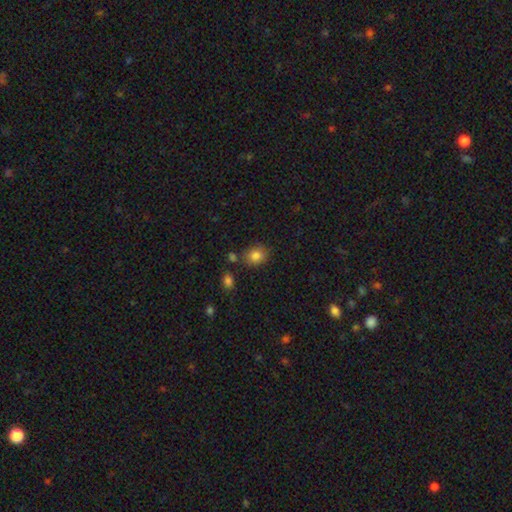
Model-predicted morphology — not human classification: smooth-or-featured: smooth: 83% | star or artifact: 10% | featured or disk: 7%
  how-rounded: round: 59% | in between: 40% | cigar-shaped: 1%
  merging: none: 78% | minor disturbance: 13% | merger: 6% | major disturbance: 3%